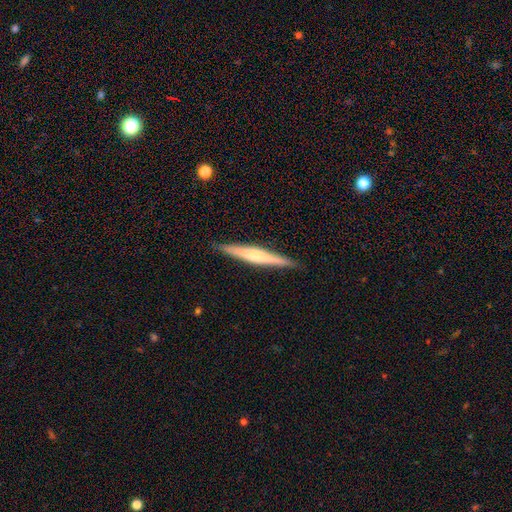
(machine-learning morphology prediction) smooth_or_featured: featured or disk (p=0.58) [alt: smooth p=0.37]
disk_edge_on: yes (p=0.97) [alt: no p=0.03]
edge_on_bulge: rounded (p=0.65) [alt: none p=0.24]
merging: none (p=0.90) [alt: minor disturbance p=0.07]